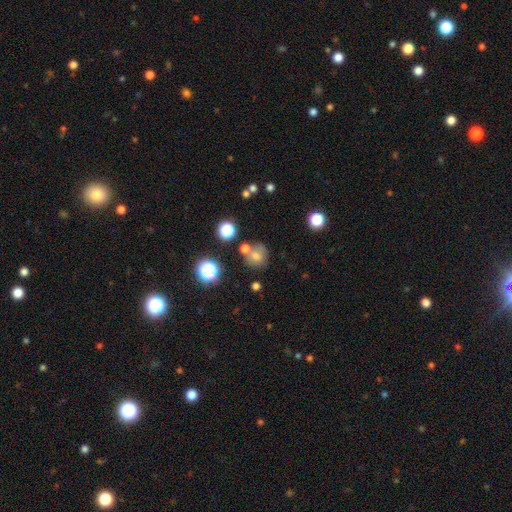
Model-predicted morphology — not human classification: smooth 68%, star or artifact 20%, featured or disk 12%. Down the decision tree: how rounded — round (86%); merging — none (62%).